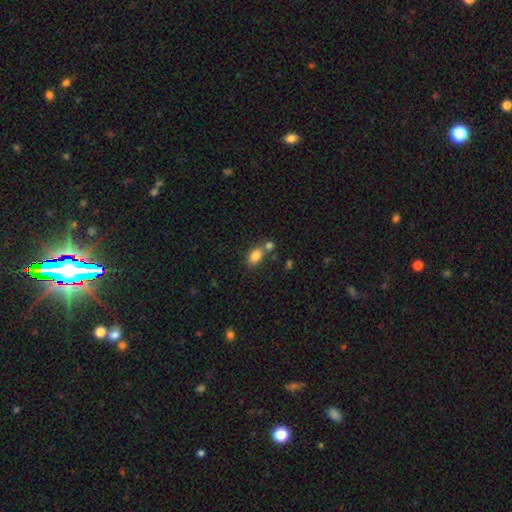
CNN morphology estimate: Smooth or featured?
  - smooth: 82% *
  - star or artifact: 9%
  - featured or disk: 9%
How rounded?
  - in between: 84% *
  - round: 14%
  - cigar-shaped: 2%
Merging?
  - none: 51% *
  - merger: 34%
  - minor disturbance: 11%
  - major disturbance: 4%